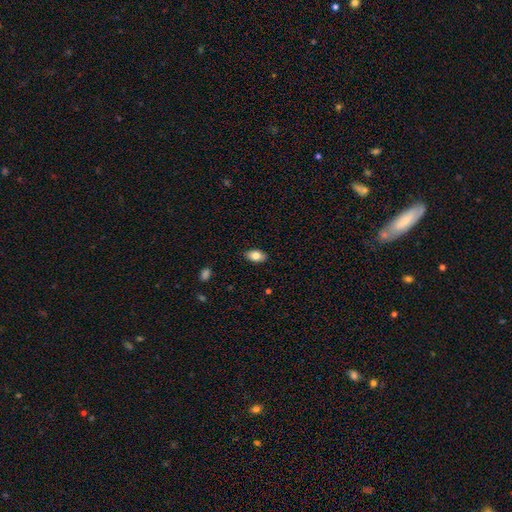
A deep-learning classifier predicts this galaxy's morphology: smooth-or-featured: smooth: 81% | featured or disk: 12% | star or artifact: 7%
  how-rounded: in between: 90% | round: 7% | cigar-shaped: 2%
  merging: none: 87% | minor disturbance: 10% | major disturbance: 2% | merger: 1%